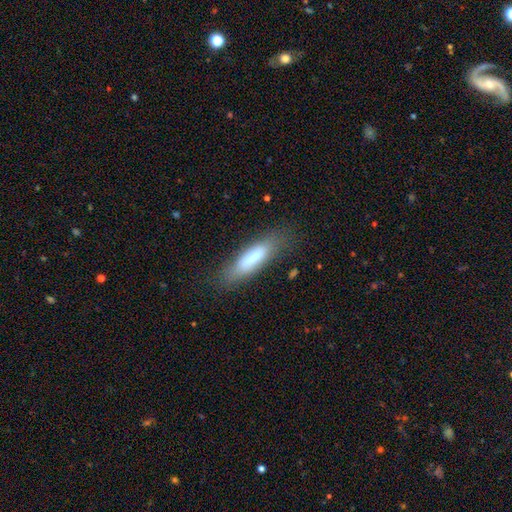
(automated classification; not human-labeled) smooth_or_featured: smooth (p=0.73) [alt: featured or disk p=0.20]
how_rounded: cigar-shaped (p=0.67) [alt: in between p=0.31]
merging: none (p=0.79) [alt: minor disturbance p=0.15]